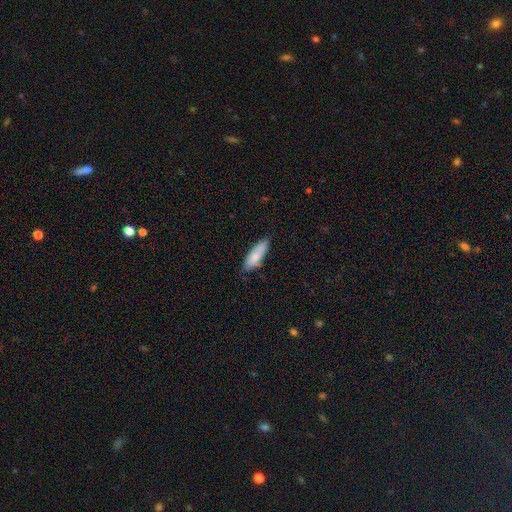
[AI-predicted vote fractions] Smooth or featured?
  - smooth: 81% *
  - featured or disk: 13%
  - star or artifact: 6%
How rounded?
  - in between: 54% *
  - cigar-shaped: 44%
  - round: 2%
Merging?
  - none: 77% *
  - minor disturbance: 19%
  - major disturbance: 3%
  - merger: 1%